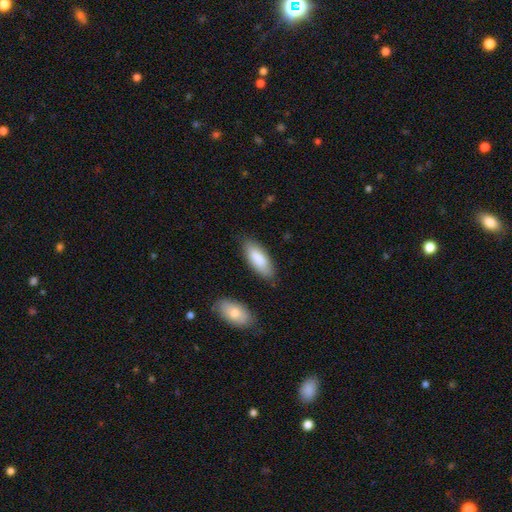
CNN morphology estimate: Smooth or featured?
  - smooth: 84% *
  - featured or disk: 10%
  - star or artifact: 6%
How rounded?
  - in between: 75% *
  - cigar-shaped: 23%
  - round: 2%
Merging?
  - none: 80% *
  - minor disturbance: 14%
  - merger: 3%
  - major disturbance: 3%